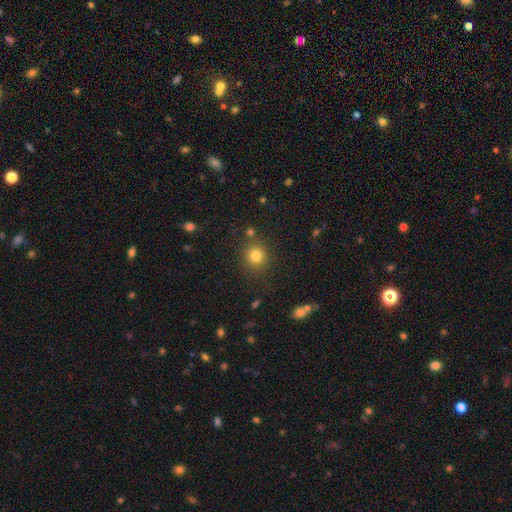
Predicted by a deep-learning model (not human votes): Smooth or featured? smooth (81%)
How rounded? round (90%)
Merging? none (83%)